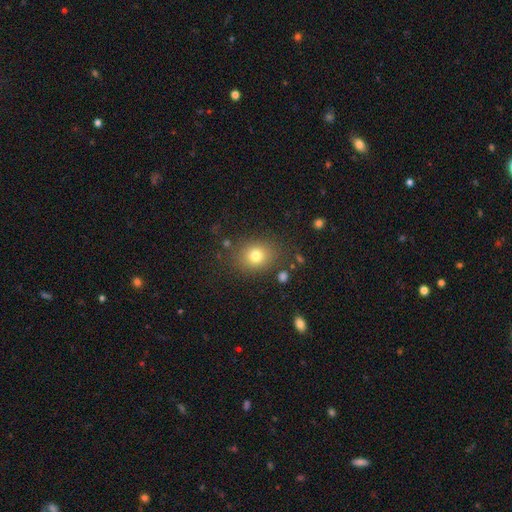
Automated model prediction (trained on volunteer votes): Smooth or featured? Predicted: smooth (p=0.77). How rounded? Predicted: round (p=0.62). Merging? Predicted: none (p=0.82).